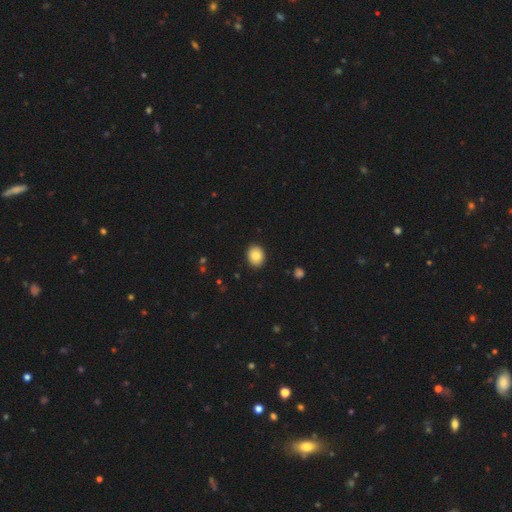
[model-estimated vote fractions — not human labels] A smooth galaxy with no disk features (83%) that is round (53%). Merging: none (91%).